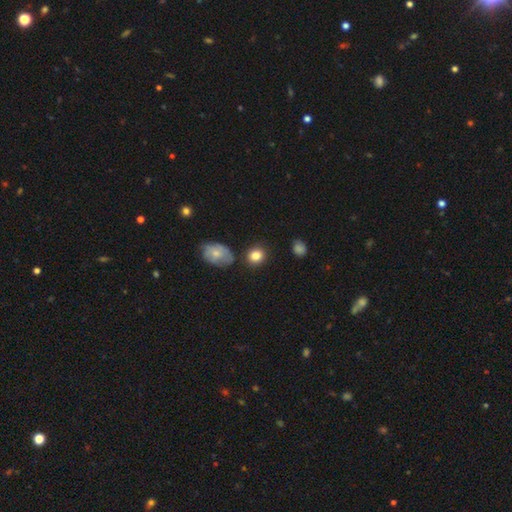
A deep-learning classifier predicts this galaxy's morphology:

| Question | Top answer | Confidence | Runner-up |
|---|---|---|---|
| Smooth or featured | smooth | 84% | star or artifact (9%) |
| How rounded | round | 70% | in between (29%) |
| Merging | none | 78% | minor disturbance (13%) |